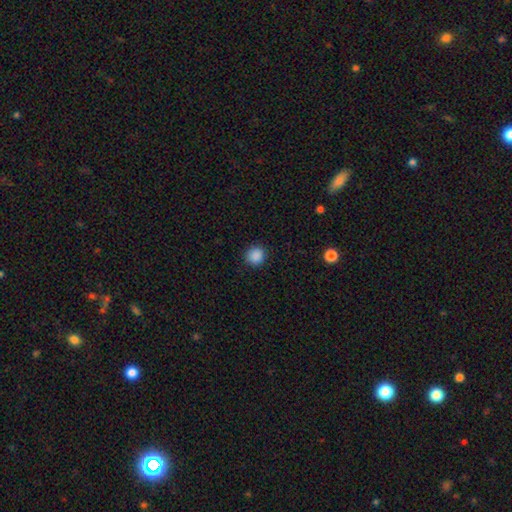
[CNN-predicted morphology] A smooth galaxy with no disk features (88%) that is round (91%). Merging: none (91%).